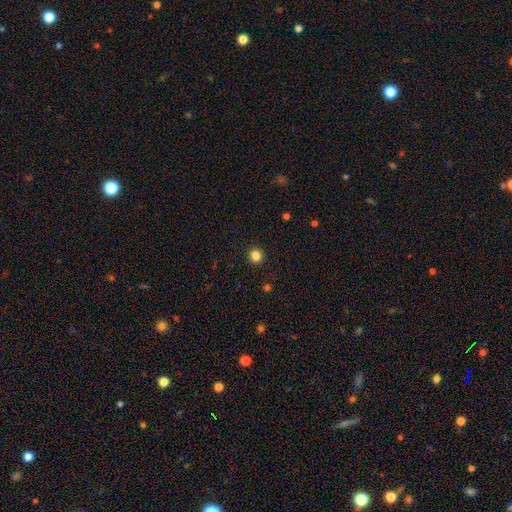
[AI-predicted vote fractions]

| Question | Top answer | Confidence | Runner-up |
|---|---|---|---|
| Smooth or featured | smooth | 84% | star or artifact (12%) |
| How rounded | round | 94% | in between (5%) |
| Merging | none | 93% | minor disturbance (5%) |